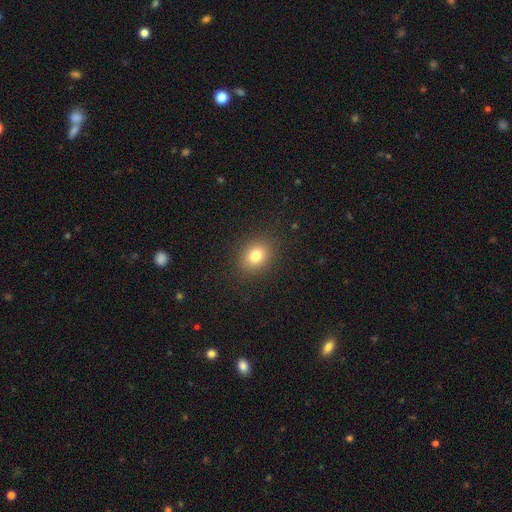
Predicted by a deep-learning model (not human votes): Smooth or featured: smooth — 80% (star or artifact — 12%)
How rounded: round — 53% (in between — 46%)
Merging: none — 88% (minor disturbance — 8%)